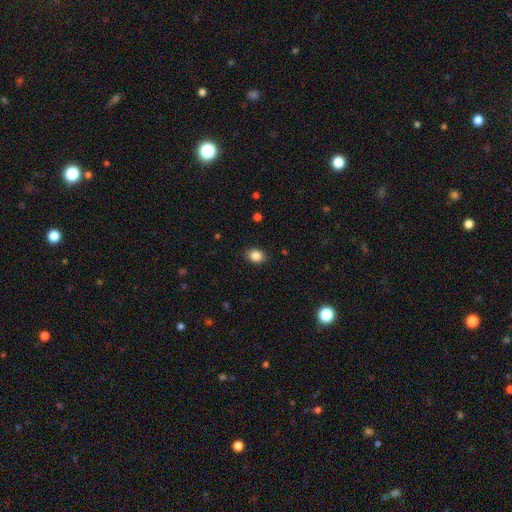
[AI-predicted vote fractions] This appears to be a smooth galaxy with no disk features (86%) that is in between round and cigar-shaped (63%). Merging: none (88%).